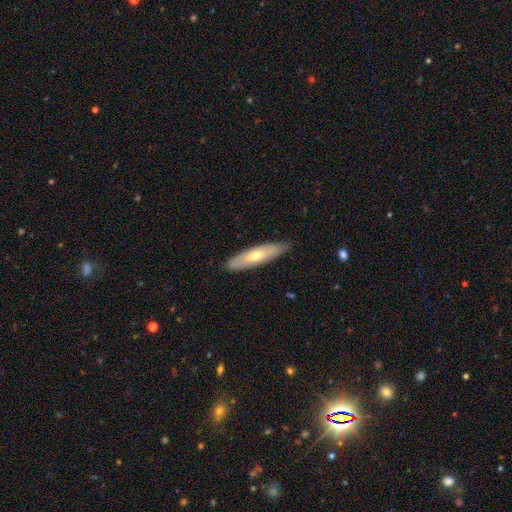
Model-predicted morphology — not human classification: type=smooth (51%); roundness=cigar-shaped (70%); merging=none (86%).